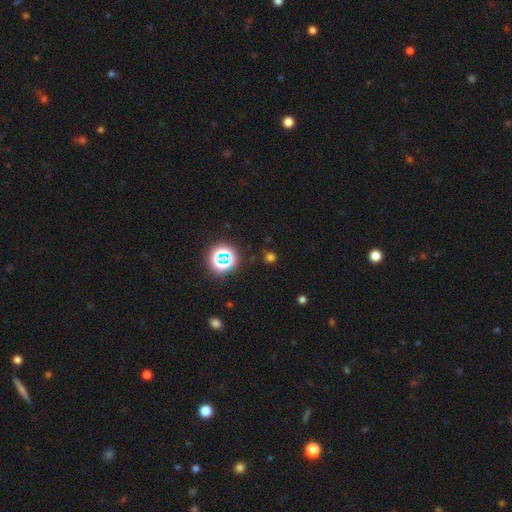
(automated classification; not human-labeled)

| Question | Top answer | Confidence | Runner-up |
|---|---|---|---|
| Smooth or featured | star or artifact | 70% | smooth (23%) |